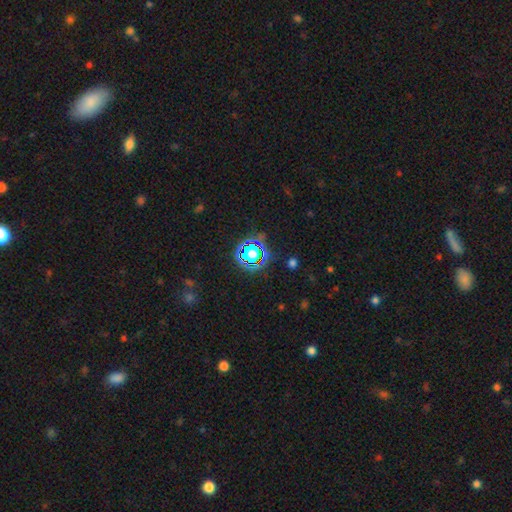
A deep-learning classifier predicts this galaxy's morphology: Q: Smooth or featured?
A: star or artifact (63%); runner-up: smooth (27%)